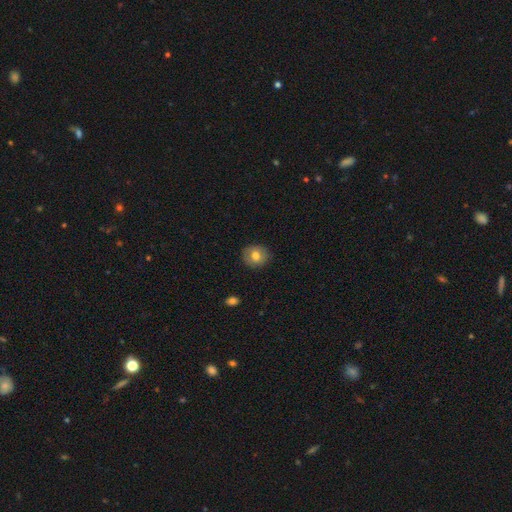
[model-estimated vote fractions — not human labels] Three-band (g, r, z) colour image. It shows a smooth galaxy with no disk features (75%) that is round (82%). Merging: none (88%).